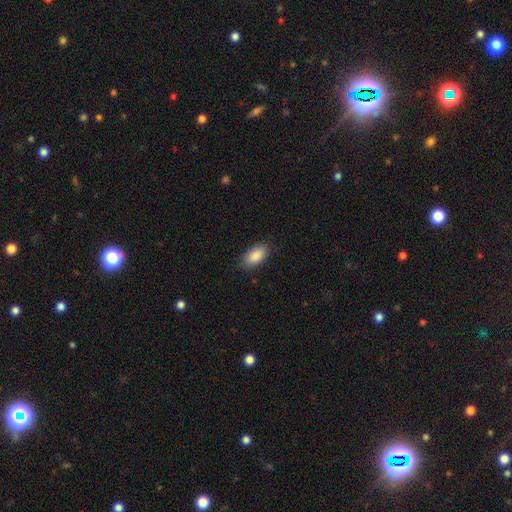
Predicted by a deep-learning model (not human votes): The model was most divided on "merging": none: 86%, minor disturbance: 11%, major disturbance: 3%, merger: 1%. More confident: how rounded — in between (92%); smooth or featured — smooth (89%).